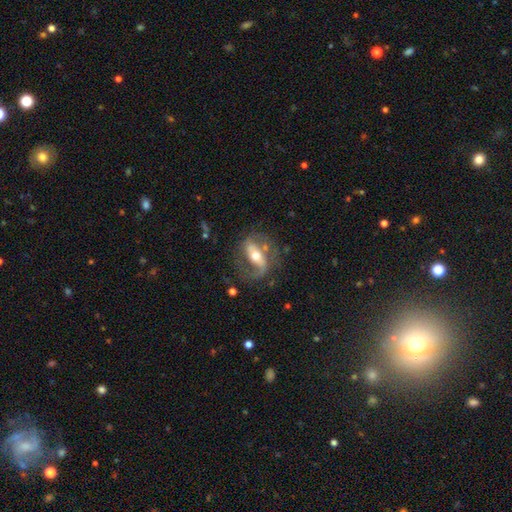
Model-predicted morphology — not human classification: Q: Smooth or featured?
A: featured or disk (79%); runner-up: smooth (15%)
Q: Edge-on disk?
A: no (93%); runner-up: yes (7%)
Q: Bar?
A: strong (47%); runner-up: weak (29%)
Q: Spiral arms?
A: yes (89%); runner-up: no (11%)
Q: Spiral winding?
A: loose (45%); runner-up: medium (41%)
Q: Spiral arm count?
A: 2 (74%); runner-up: 1 (18%)
Q: Bulge size?
A: moderate (67%); runner-up: small (23%)
Q: Merging?
A: none (62%); runner-up: minor disturbance (18%)